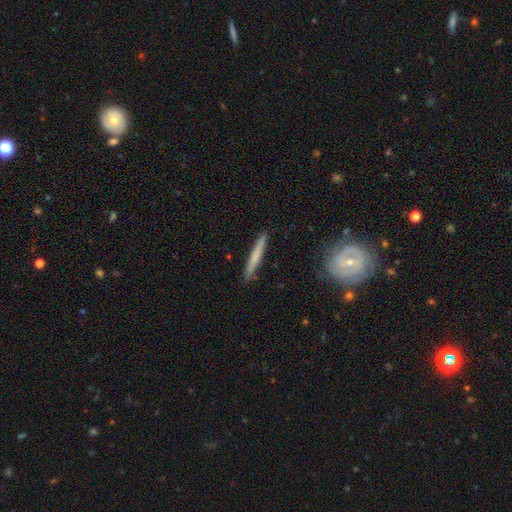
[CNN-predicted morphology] Overall: smooth (57%; featured or disk 38%). How rounded: cigar-shaped (96%). Merging: none (89%).